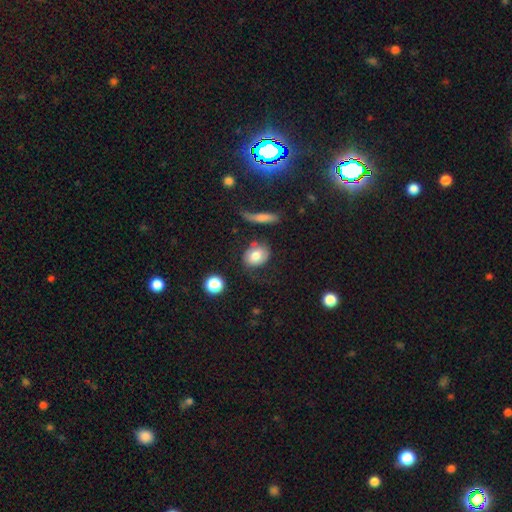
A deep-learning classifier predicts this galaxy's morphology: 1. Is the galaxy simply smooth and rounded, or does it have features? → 74% smooth, 18% featured or disk, 9% star or artifact.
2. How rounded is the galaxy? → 52% round, 46% in between, 2% cigar-shaped.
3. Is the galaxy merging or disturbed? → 62% none, 21% minor disturbance, 10% major disturbance, 8% merger.